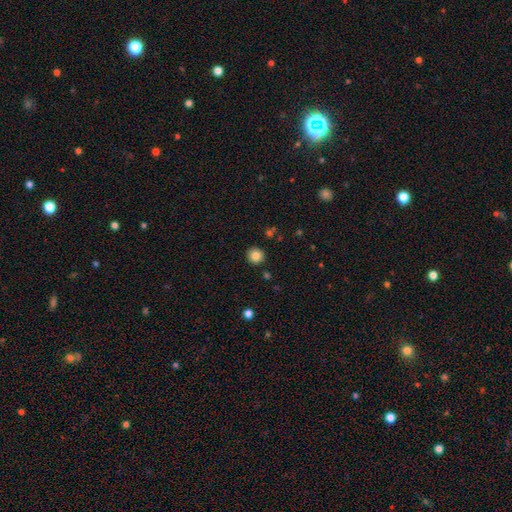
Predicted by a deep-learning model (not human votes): Q: Smooth or featured?
A: smooth (83%); runner-up: star or artifact (10%)
Q: How rounded?
A: round (93%); runner-up: in between (6%)
Q: Merging?
A: none (91%); runner-up: minor disturbance (6%)